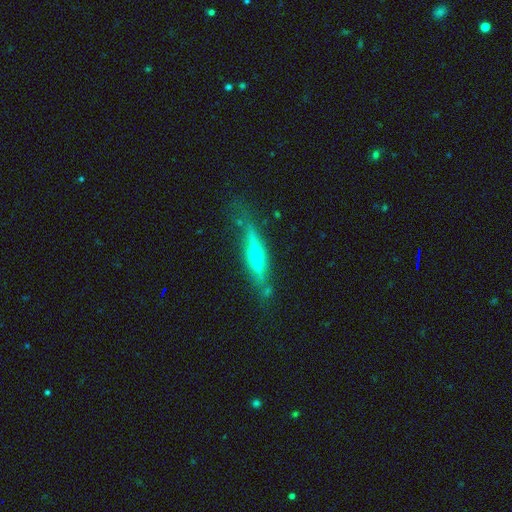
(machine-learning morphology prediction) Smooth or featured: featured or disk — 70% (smooth — 23%)
Edge-on disk: yes — 93% (no — 7%)
Edge-on bulge: rounded — 89% (none — 7%)
Merging: none — 72% (minor disturbance — 19%)